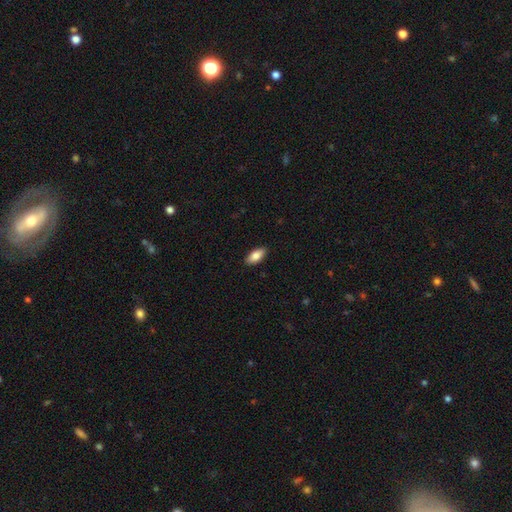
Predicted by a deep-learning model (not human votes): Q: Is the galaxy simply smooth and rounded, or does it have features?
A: smooth — 84%.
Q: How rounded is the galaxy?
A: in between — 89%.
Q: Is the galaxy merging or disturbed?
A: none — 89%.